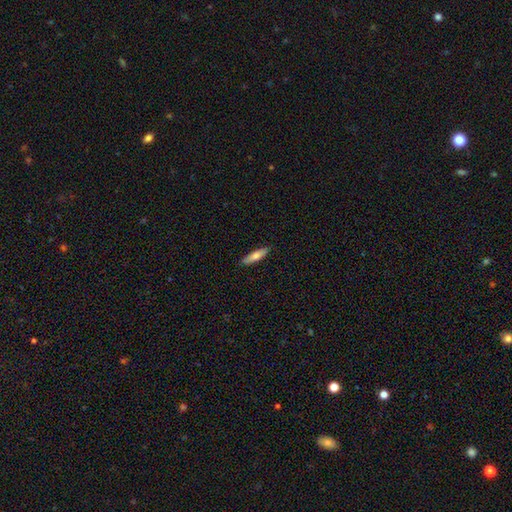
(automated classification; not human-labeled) smooth_or_featured: smooth (p=0.69) [alt: featured or disk p=0.26]
how_rounded: cigar-shaped (p=0.73) [alt: in between p=0.26]
merging: none (p=0.89) [alt: minor disturbance p=0.08]